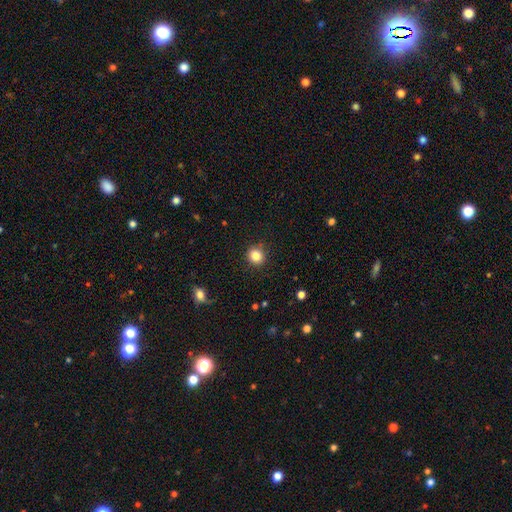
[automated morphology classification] A smooth galaxy with no disk features (84%) that is round (84%). Merging: none (89%).